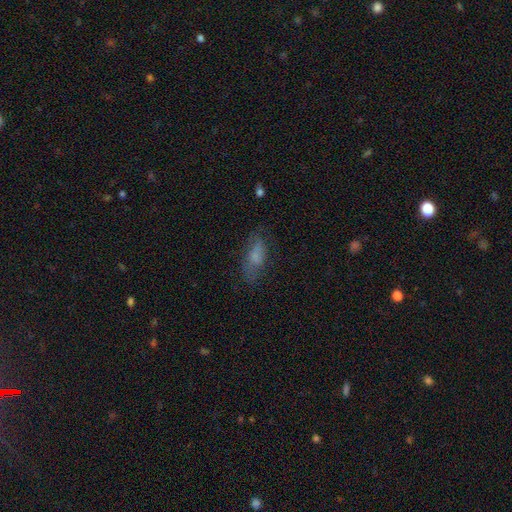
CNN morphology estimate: smooth 62%, featured or disk 27%, star or artifact 11%. Down the decision tree: how rounded — in between (76%); merging — none (64%).